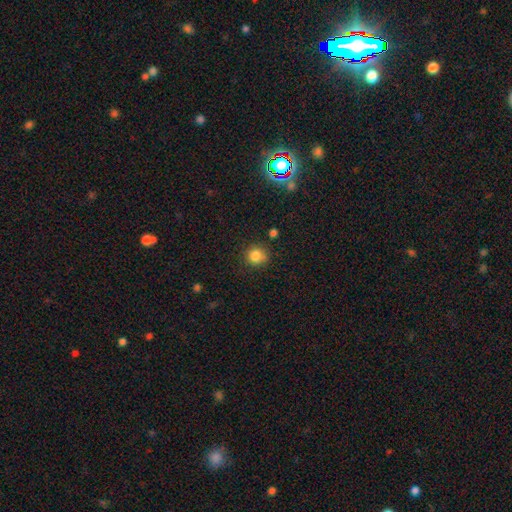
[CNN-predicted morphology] smooth_or_featured: smooth (p=0.83) [alt: star or artifact p=0.11]
how_rounded: round (p=0.89) [alt: in between p=0.10]
merging: none (p=0.82) [alt: minor disturbance p=0.12]